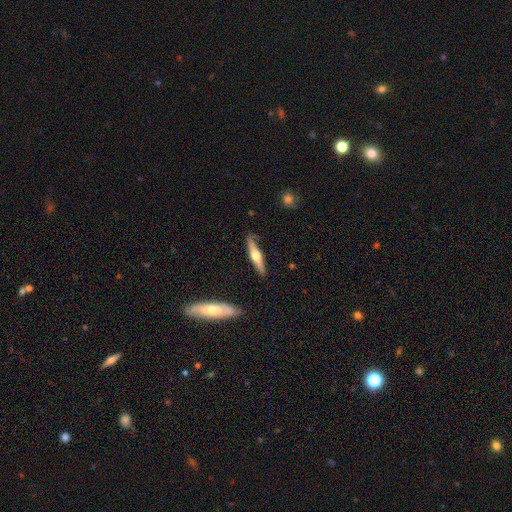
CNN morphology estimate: This is likely a featured or disk galaxy (61%). It is clearly viewed edge-on (95%). Edge-on bulge: clearly rounded (92%). Merging: clearly none (85%).